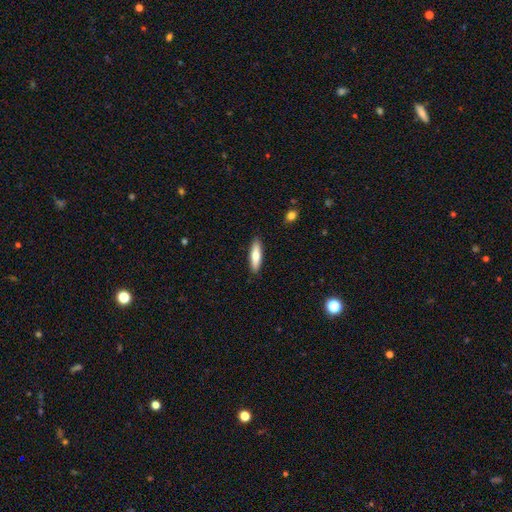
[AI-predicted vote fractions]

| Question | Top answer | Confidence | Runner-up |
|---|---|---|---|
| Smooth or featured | smooth | 71% | featured or disk (24%) |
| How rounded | cigar-shaped | 67% | in between (31%) |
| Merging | none | 89% | minor disturbance (8%) |